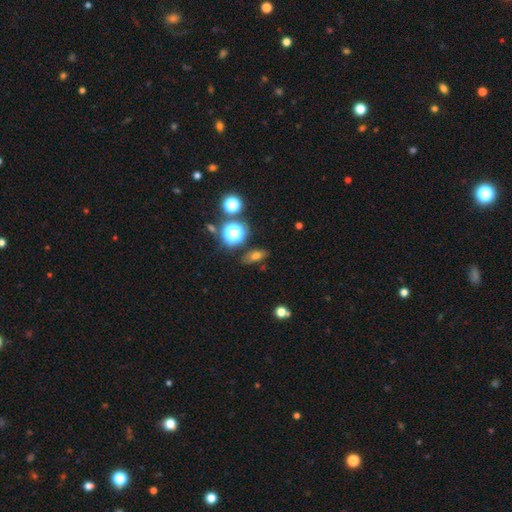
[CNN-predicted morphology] This appears to be a smooth galaxy with no disk features (62%) that is in between round and cigar-shaped (67%). Merging: none (79%).